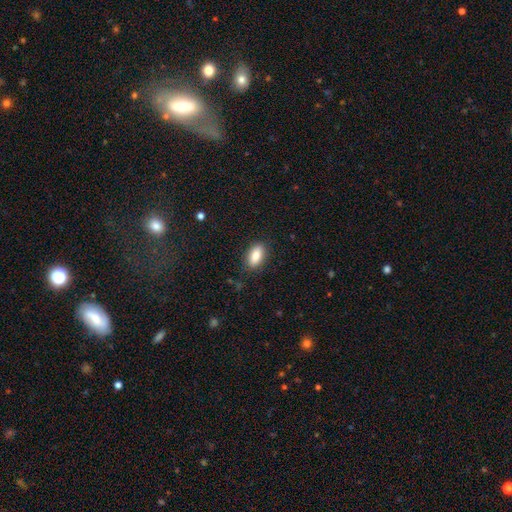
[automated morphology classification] A smooth galaxy with no disk features (85%) that is in between round and cigar-shaped (87%).

Vote fractions:
- Smooth or featured? smooth: 85% / featured or disk: 8% / star or artifact: 7%
- How rounded? in between: 87% / cigar-shaped: 9% / round: 4%
- Merging? none: 85% / minor disturbance: 11% / major disturbance: 3% / merger: 1%